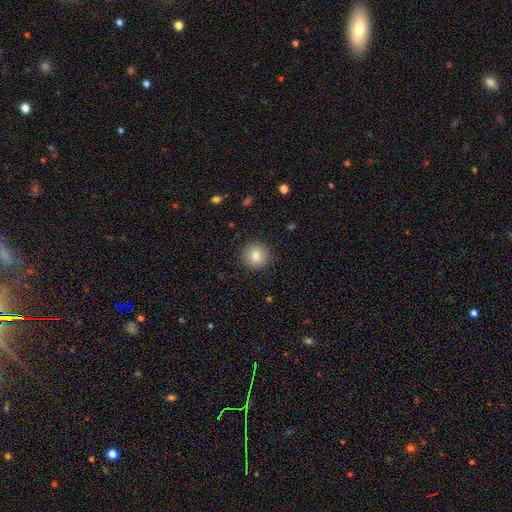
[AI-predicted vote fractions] Q: Smooth or featured?
A: smooth (85%); runner-up: star or artifact (10%)
Q: How rounded?
A: round (94%); runner-up: in between (5%)
Q: Merging?
A: none (91%); runner-up: minor disturbance (6%)